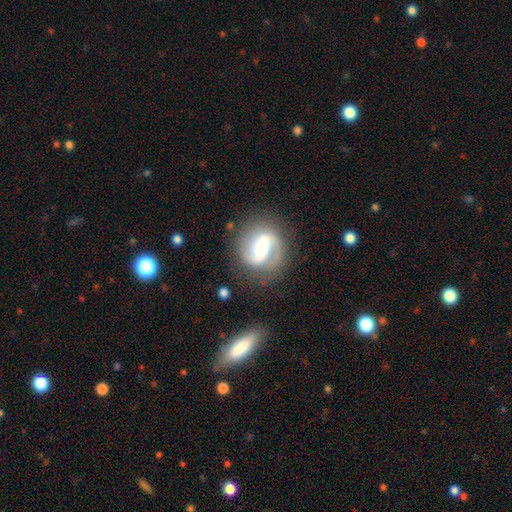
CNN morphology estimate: featured or disk 83%, smooth 11%, star or artifact 6%. Down the decision tree: edge-on disk — no (97%); bar — weak (43%); spiral arms — yes (95%); spiral arm count — 2 (88%); spiral winding — medium (48%); bulge size — moderate (52%); merging — none (78%).